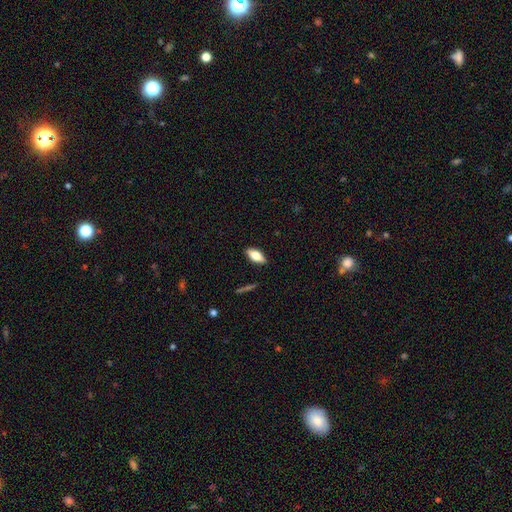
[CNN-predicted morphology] Smooth or featured: smooth — 67% (featured or disk — 26%)
How rounded: in between — 79% (cigar-shaped — 18%)
Merging: none — 88% (minor disturbance — 9%)